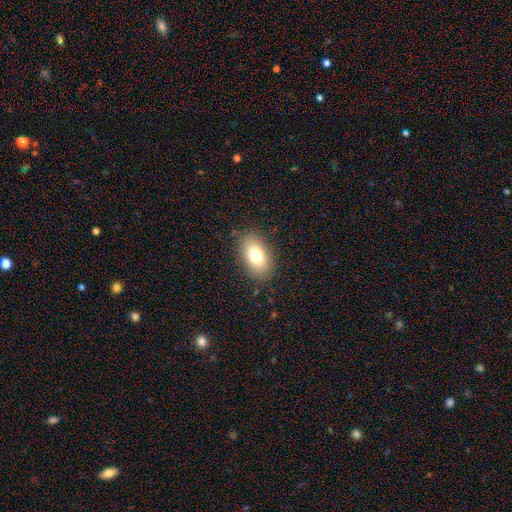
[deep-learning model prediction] This is likely a smooth galaxy (77%). How rounded: clearly in between (90%). Merging: clearly none (84%).